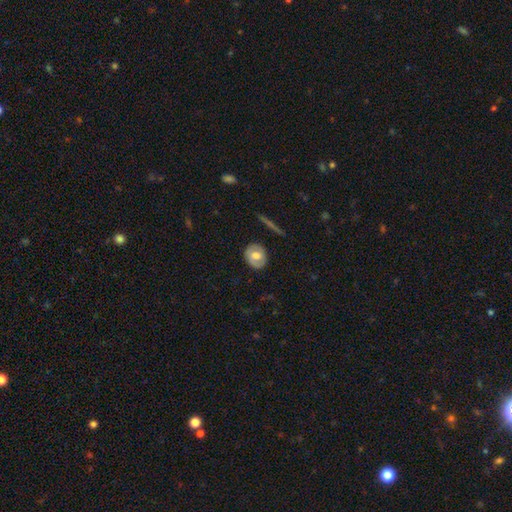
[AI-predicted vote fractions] A smooth galaxy with no disk features (56%) that is round (66%).

Vote fractions:
- Smooth or featured? smooth: 56% / featured or disk: 37% / star or artifact: 7%
- How rounded? round: 66% / in between: 32% / cigar-shaped: 1%
- Merging? none: 83% / minor disturbance: 12% / major disturbance: 3% / merger: 1%